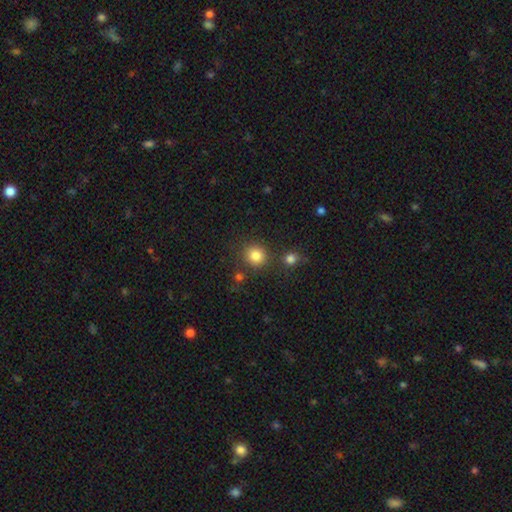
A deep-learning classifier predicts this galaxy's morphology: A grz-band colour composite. It shows a smooth galaxy with no disk features (83%) that is round (89%). Merging: none (79%).